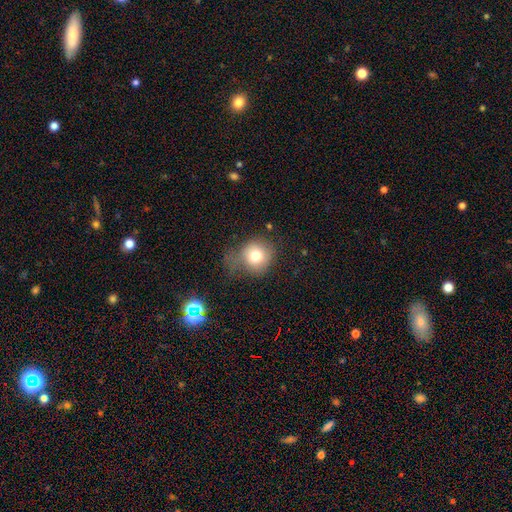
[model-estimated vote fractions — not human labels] A smooth galaxy with no disk features (76%) that is round (85%). Merging: none (46%).